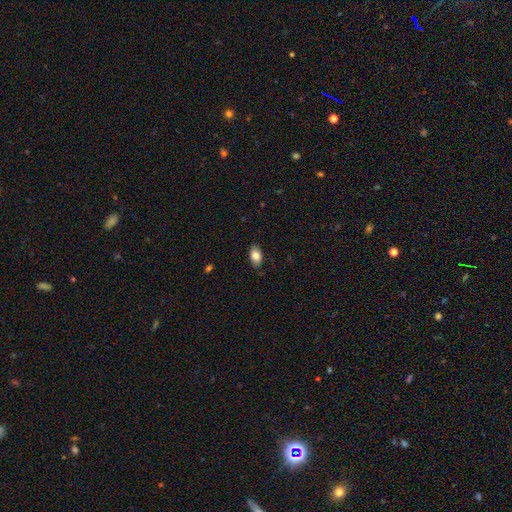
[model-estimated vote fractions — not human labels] A smooth galaxy with no disk features (84%) that is in between round and cigar-shaped (90%).

Vote fractions:
- Smooth or featured? smooth: 84% / featured or disk: 8% / star or artifact: 8%
- How rounded? in between: 90% / round: 8% / cigar-shaped: 2%
- Merging? none: 83% / minor disturbance: 14% / major disturbance: 2% / merger: 1%